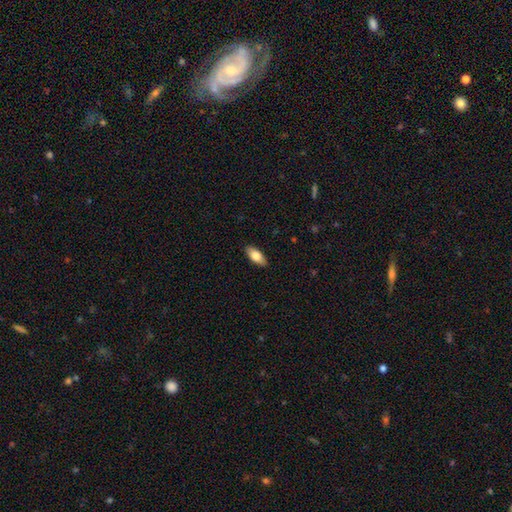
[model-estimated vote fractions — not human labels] This appears to be a smooth galaxy with no disk features (79%) that is in between round and cigar-shaped (86%). Merging: none (89%).